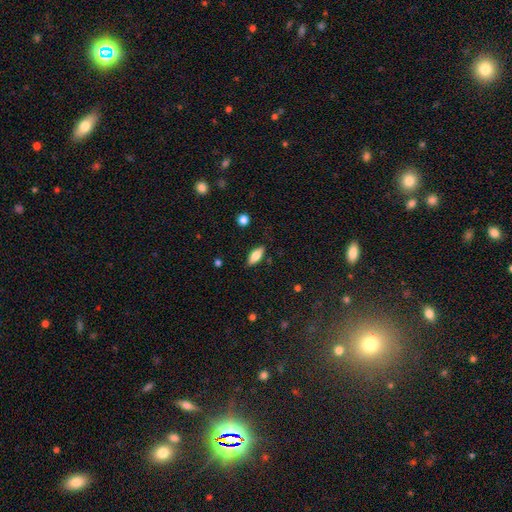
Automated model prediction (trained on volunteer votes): This appears to be a smooth galaxy with no disk features (73%) that is in between round and cigar-shaped (78%). Merging: none (85%).